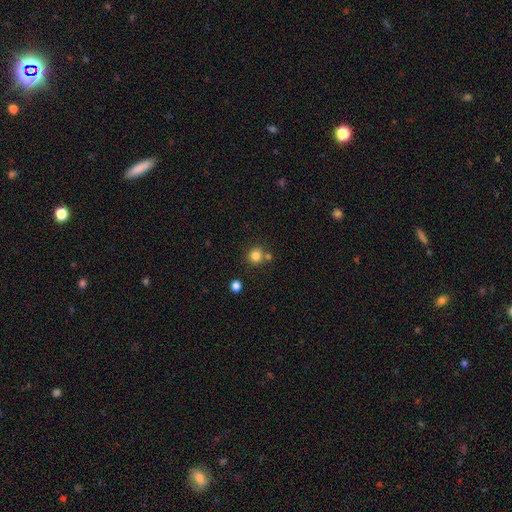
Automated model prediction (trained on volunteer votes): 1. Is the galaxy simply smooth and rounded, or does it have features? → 82% smooth, 12% star or artifact, 5% featured or disk.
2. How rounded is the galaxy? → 88% round, 11% in between, 1% cigar-shaped.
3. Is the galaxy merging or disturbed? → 72% none, 16% merger, 9% minor disturbance, 3% major disturbance.